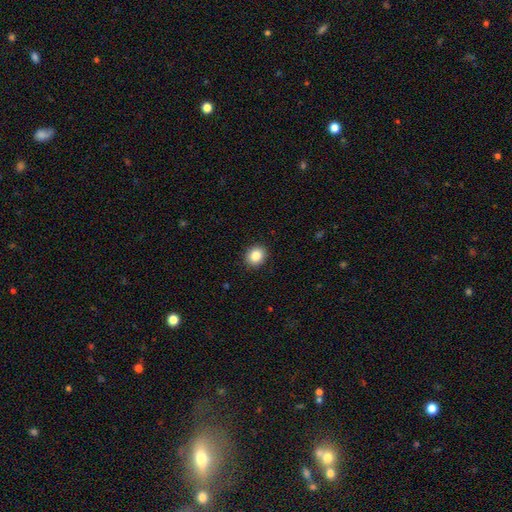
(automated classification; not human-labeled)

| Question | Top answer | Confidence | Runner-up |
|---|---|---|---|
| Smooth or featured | smooth | 85% | star or artifact (9%) |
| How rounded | round | 70% | in between (29%) |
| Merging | none | 91% | minor disturbance (6%) |